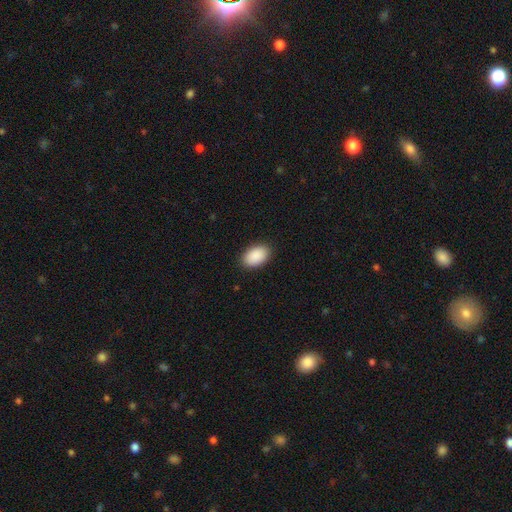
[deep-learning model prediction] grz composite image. It shows a smooth galaxy with no disk features (91%) that is in between round and cigar-shaped (92%). Merging: none (89%).